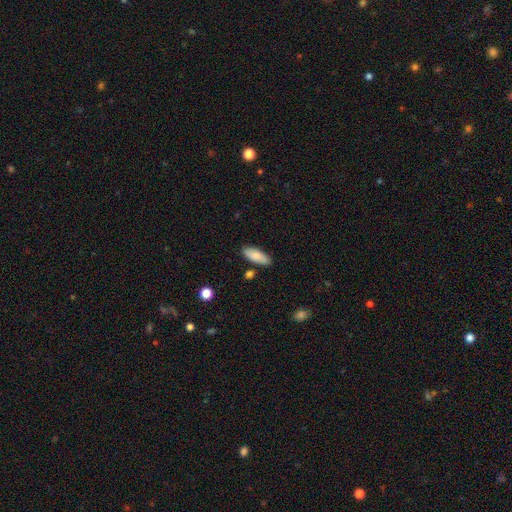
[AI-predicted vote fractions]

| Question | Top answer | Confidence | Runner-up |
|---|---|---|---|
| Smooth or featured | smooth | 83% | featured or disk (11%) |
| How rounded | in between | 71% | cigar-shaped (27%) |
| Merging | none | 83% | minor disturbance (11%) |